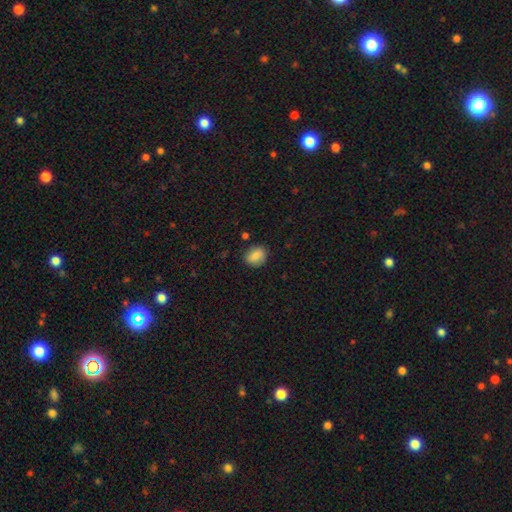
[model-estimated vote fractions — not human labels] Smooth or featured?
  - smooth: 84% *
  - star or artifact: 8%
  - featured or disk: 7%
How rounded?
  - round: 58% *
  - in between: 41%
  - cigar-shaped: 1%
Merging?
  - none: 84% *
  - minor disturbance: 11%
  - major disturbance: 3%
  - merger: 2%